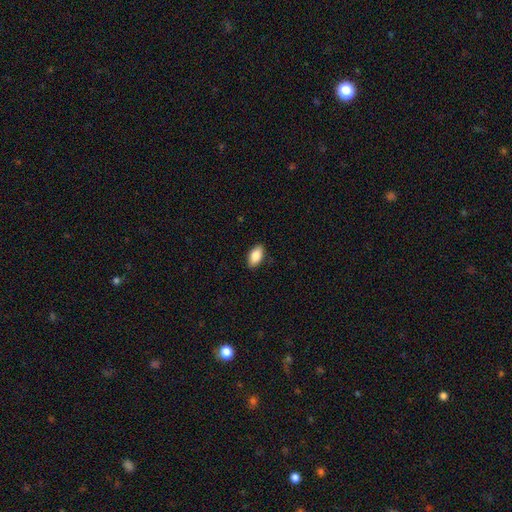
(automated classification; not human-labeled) Smooth or featured?
  - smooth: 85% *
  - featured or disk: 8%
  - star or artifact: 7%
How rounded?
  - in between: 92% *
  - cigar-shaped: 4%
  - round: 4%
Merging?
  - none: 88% *
  - minor disturbance: 9%
  - major disturbance: 2%
  - merger: 1%